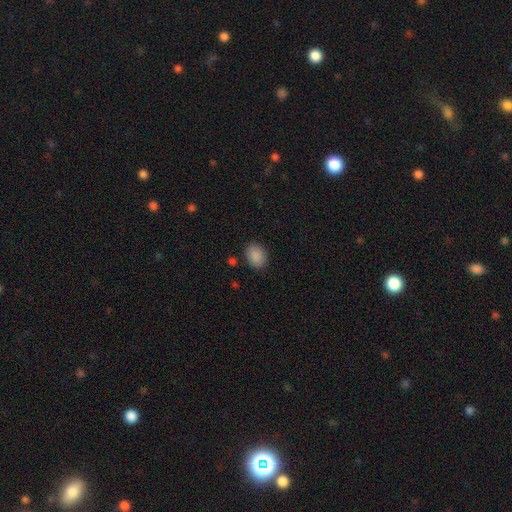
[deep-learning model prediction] Overall: smooth (89%). How rounded: in between (72%). Merging: none (86%).